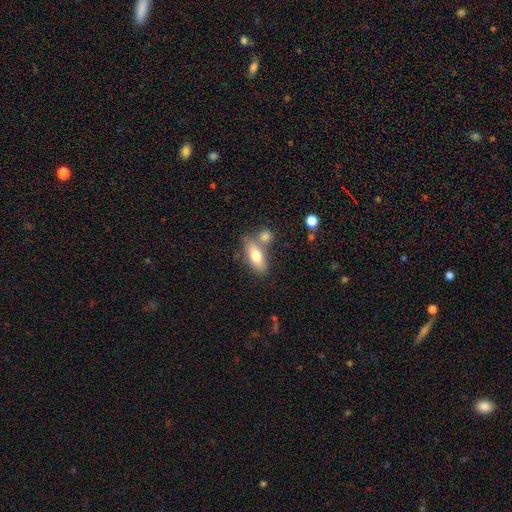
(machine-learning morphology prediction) type=smooth (72%); roundness=in between (78%); merging=none (56%).